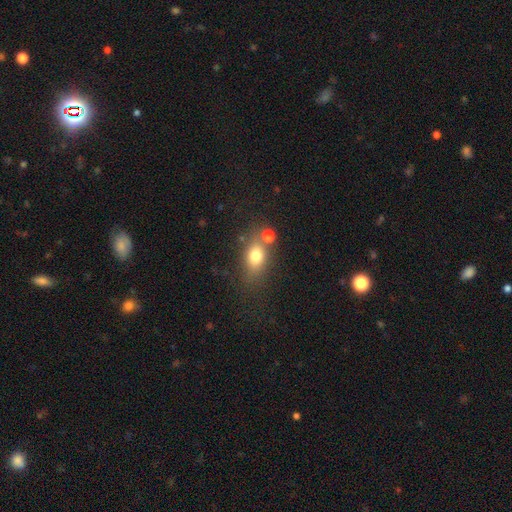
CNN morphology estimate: A smooth galaxy with no disk features (74%) that is in between round and cigar-shaped (66%).

Vote fractions:
- Smooth or featured? smooth: 74% / featured or disk: 15% / star or artifact: 12%
- How rounded? in between: 66% / round: 29% / cigar-shaped: 5%
- Merging? none: 59% / merger: 21% / minor disturbance: 14% / major disturbance: 6%